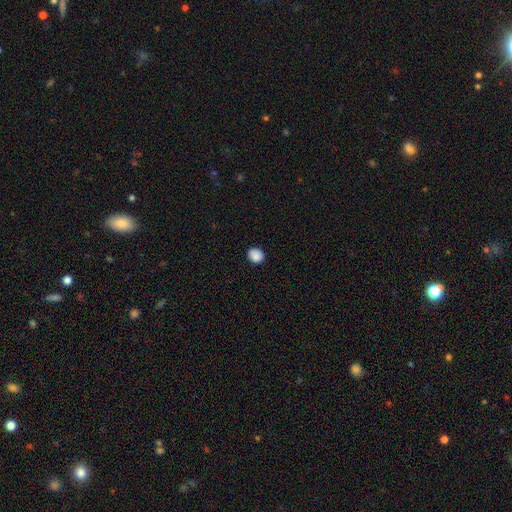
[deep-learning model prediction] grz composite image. It shows a smooth galaxy with no disk features (88%) that is round (61%). Merging: none (87%).